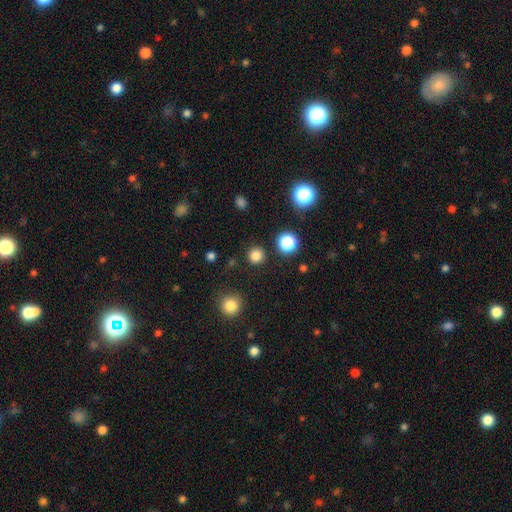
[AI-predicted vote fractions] smooth 81%, star or artifact 15%, featured or disk 4%. Down the decision tree: how rounded — round (94%); merging — none (90%).